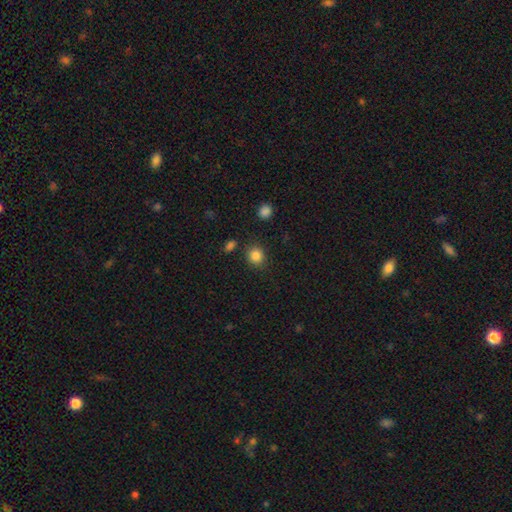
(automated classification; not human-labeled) smooth_or_featured: smooth (p=0.85) [alt: star or artifact p=0.11]
how_rounded: round (p=0.82) [alt: in between p=0.17]
merging: none (p=0.85) [alt: minor disturbance p=0.08]